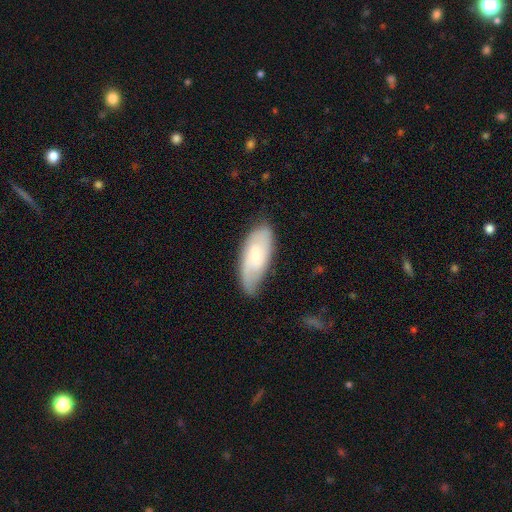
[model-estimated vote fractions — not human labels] This appears to be a featured or disk galaxy (47%). Merging: none (67%).